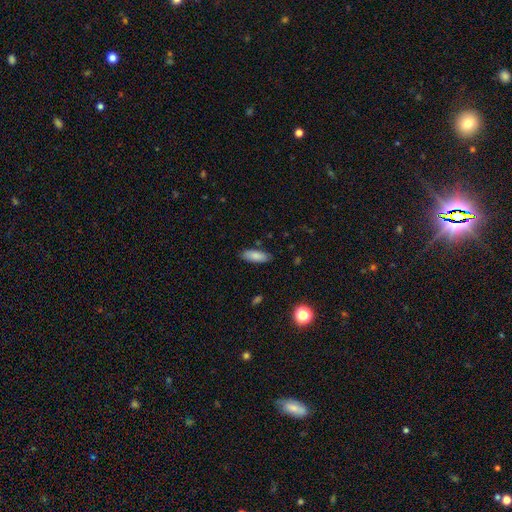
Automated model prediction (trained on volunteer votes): A smooth galaxy with no disk features (85%) that is in between round and cigar-shaped (72%). Merging: none (85%).